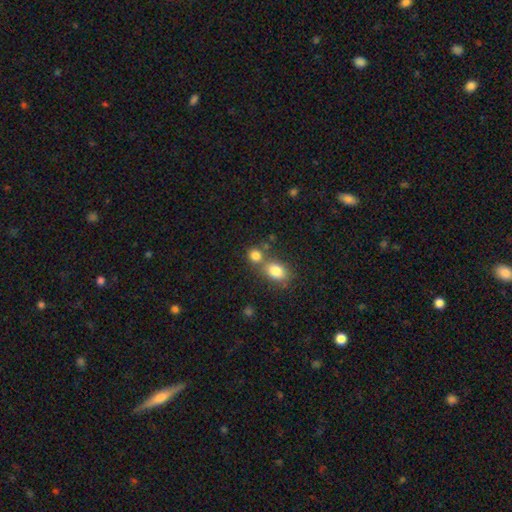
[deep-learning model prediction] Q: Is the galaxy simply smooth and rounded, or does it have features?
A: smooth — 81%.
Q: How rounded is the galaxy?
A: round — 66%.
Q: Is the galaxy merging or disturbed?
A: none — 47%.